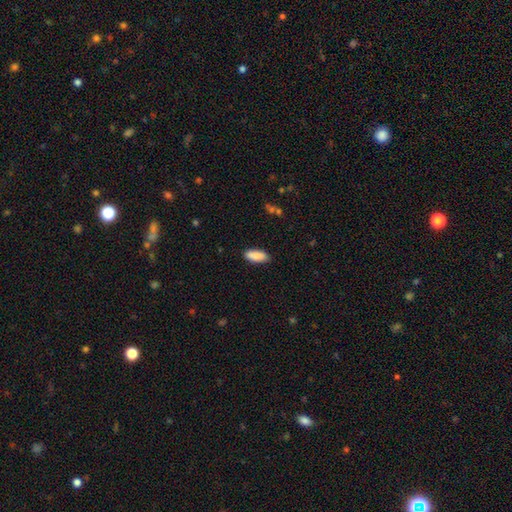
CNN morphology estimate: smooth-or-featured: smooth: 89% | star or artifact: 6% | featured or disk: 5%
  how-rounded: in between: 81% | cigar-shaped: 17% | round: 2%
  merging: none: 86% | minor disturbance: 11% | major disturbance: 2% | merger: 1%